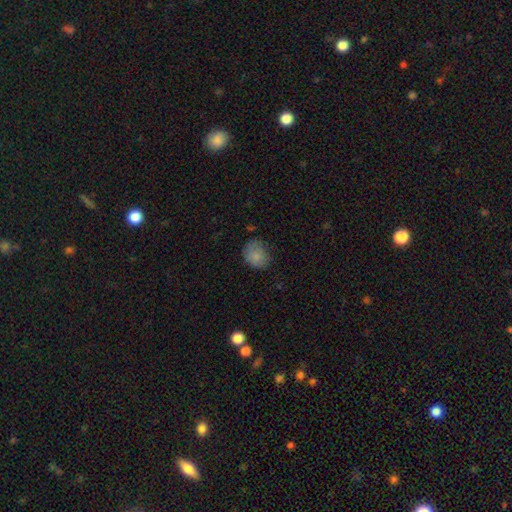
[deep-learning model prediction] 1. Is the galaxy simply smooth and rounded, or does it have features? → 81% smooth, 10% featured or disk, 9% star or artifact.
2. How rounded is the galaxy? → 59% round, 40% in between, 1% cigar-shaped.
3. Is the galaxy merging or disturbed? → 63% none, 27% minor disturbance, 9% major disturbance, 2% merger.